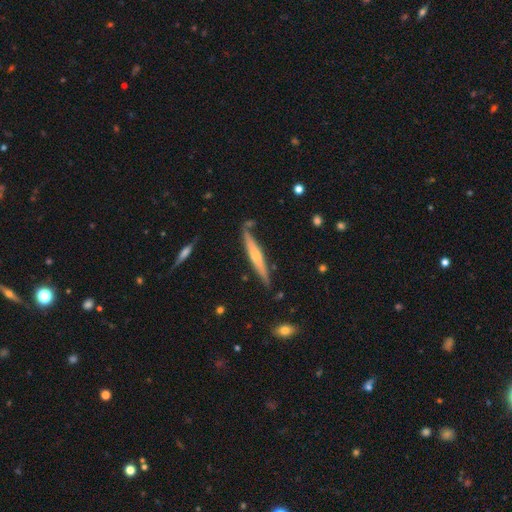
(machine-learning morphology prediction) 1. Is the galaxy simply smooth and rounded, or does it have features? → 53% featured or disk, 41% smooth, 6% star or artifact.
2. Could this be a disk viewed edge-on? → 95% yes, 5% no.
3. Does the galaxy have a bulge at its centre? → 59% rounded, 28% none, 12% boxy.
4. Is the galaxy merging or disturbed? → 79% none, 15% minor disturbance, 4% merger, 3% major disturbance.